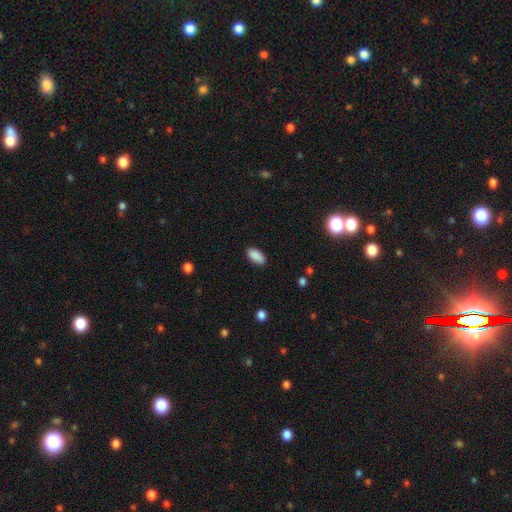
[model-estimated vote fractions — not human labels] smooth 90%, star or artifact 7%, featured or disk 3%. Down the decision tree: how rounded — in between (92%); merging — none (88%).